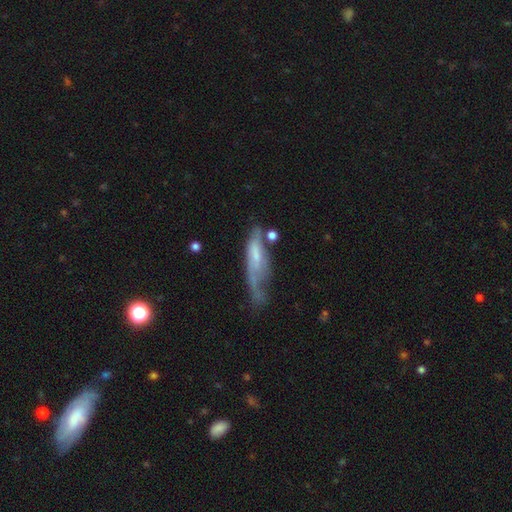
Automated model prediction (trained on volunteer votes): A featured or disk galaxy (51%).

Vote fractions:
- Smooth or featured? featured or disk: 51% / smooth: 41% / star or artifact: 8%
- Edge-on disk? no: 65% / yes: 35%
- Merging? major disturbance: 35% / none: 27% / minor disturbance: 26% / merger: 12%